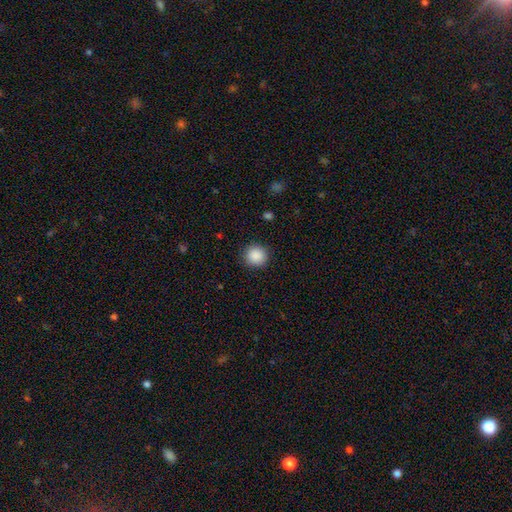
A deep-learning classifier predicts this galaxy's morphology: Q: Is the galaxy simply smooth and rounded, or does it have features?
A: smooth — 89%.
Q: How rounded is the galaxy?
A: round — 92%.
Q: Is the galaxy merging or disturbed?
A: none — 91%.